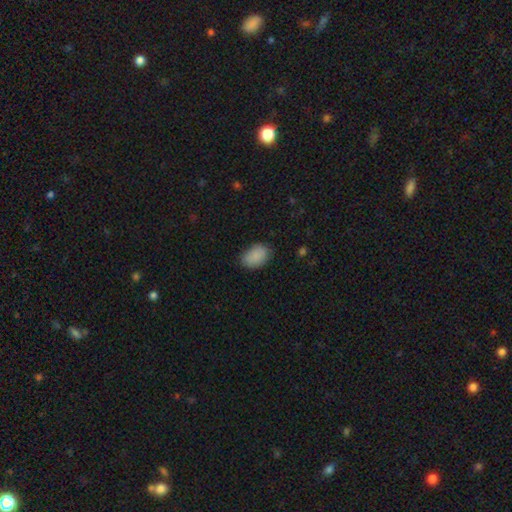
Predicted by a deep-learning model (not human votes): Smooth or featured: smooth — 88% (star or artifact — 8%)
How rounded: in between — 85% (round — 14%)
Merging: none — 76% (minor disturbance — 19%)